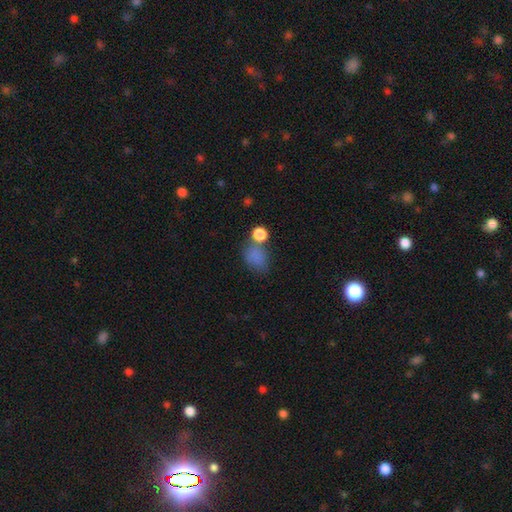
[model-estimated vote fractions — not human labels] Q: Smooth or featured?
A: smooth (77%); runner-up: star or artifact (15%)
Q: How rounded?
A: in between (55%); runner-up: round (44%)
Q: Merging?
A: none (47%); runner-up: merger (22%)